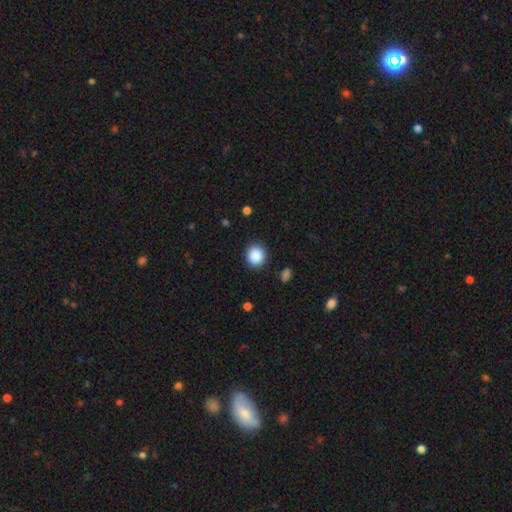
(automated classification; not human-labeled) Smooth or featured: smooth — 88% (star or artifact — 9%)
How rounded: round — 83% (in between — 16%)
Merging: none — 89% (minor disturbance — 8%)